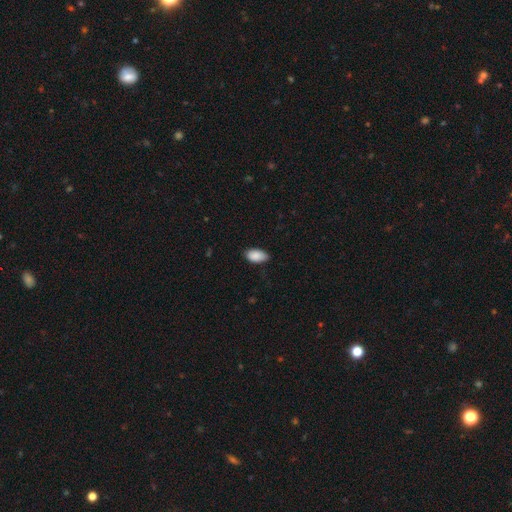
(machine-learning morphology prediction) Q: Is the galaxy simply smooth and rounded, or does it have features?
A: smooth — 88%.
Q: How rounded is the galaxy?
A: in between — 94%.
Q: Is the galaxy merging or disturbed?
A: none — 77%.